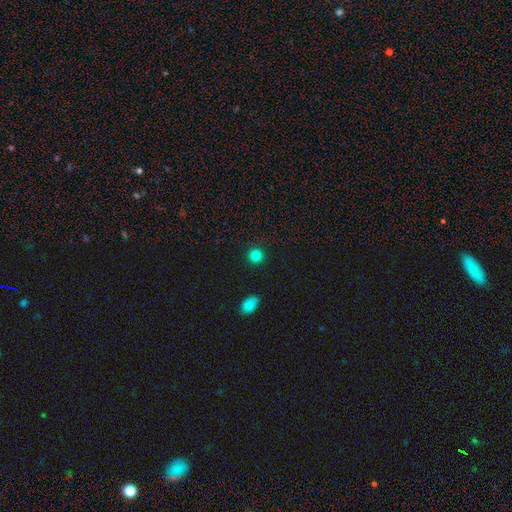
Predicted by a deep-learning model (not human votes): Q: Smooth or featured?
A: smooth (84%); runner-up: star or artifact (12%)
Q: How rounded?
A: round (93%); runner-up: in between (6%)
Q: Merging?
A: none (91%); runner-up: minor disturbance (5%)